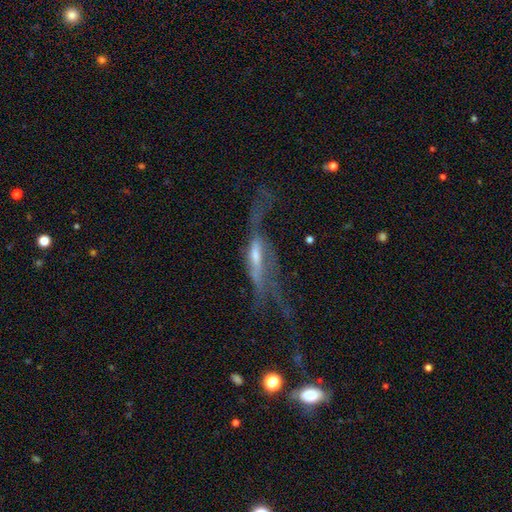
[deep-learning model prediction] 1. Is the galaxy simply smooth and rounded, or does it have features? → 67% featured or disk, 23% smooth, 10% star or artifact.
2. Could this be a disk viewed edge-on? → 55% yes, 45% no.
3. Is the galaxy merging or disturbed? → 51% major disturbance, 27% none, 17% minor disturbance, 5% merger.